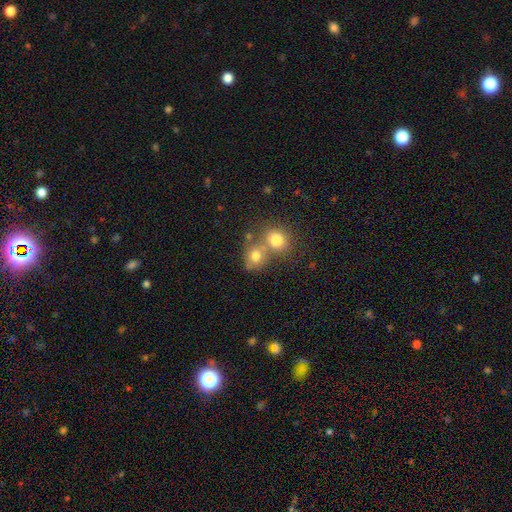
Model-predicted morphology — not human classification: This is likely a smooth galaxy (76%). How rounded: likely round (66%). Merging: possibly merger (48%).